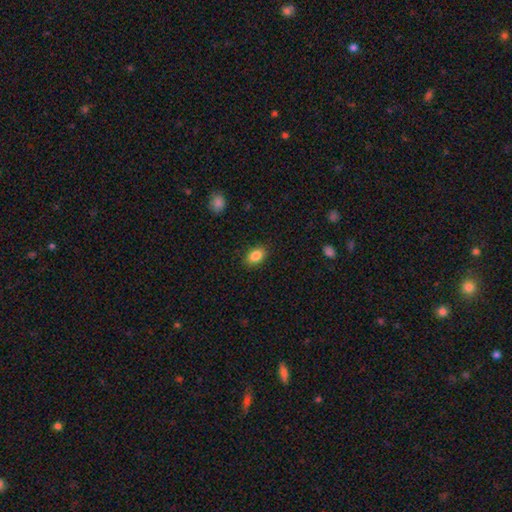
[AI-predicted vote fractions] A smooth galaxy with no disk features (86%) that is in between round and cigar-shaped (86%). Merging: none (87%).